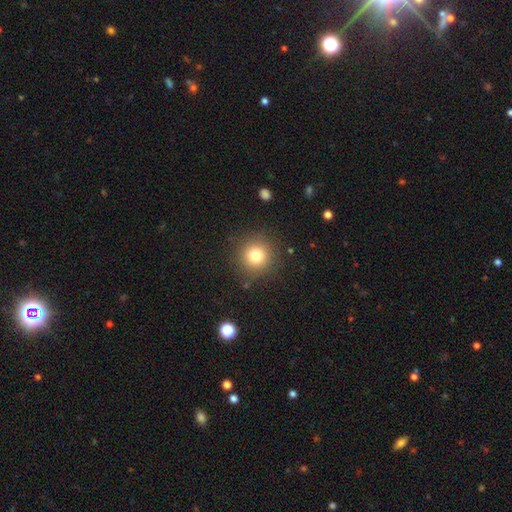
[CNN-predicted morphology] Smooth or featured: smooth — 78% (star or artifact — 13%)
How rounded: round — 94% (in between — 5%)
Merging: none — 88% (minor disturbance — 7%)